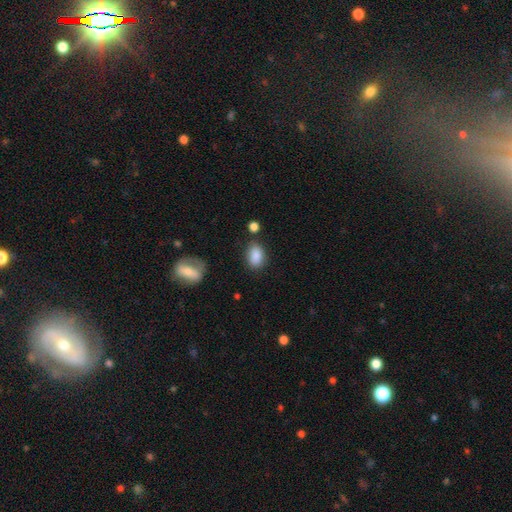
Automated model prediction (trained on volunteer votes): Overall: smooth (87%). How rounded: in between (86%). Merging: none (74%).